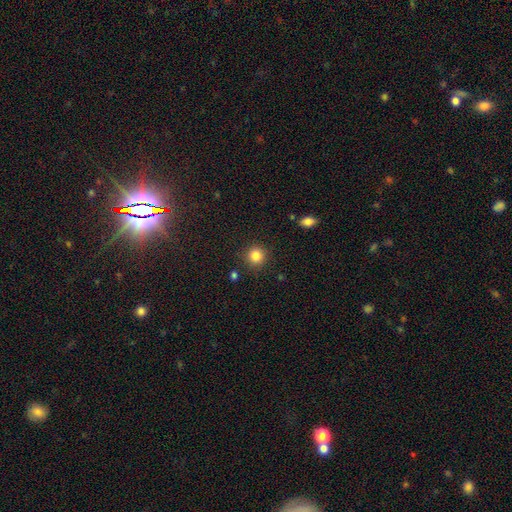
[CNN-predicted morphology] smooth-or-featured: smooth: 84% | star or artifact: 11% | featured or disk: 5%
  how-rounded: round: 93% | in between: 6% | cigar-shaped: 1%
  merging: none: 90% | minor disturbance: 7% | major disturbance: 2% | merger: 2%